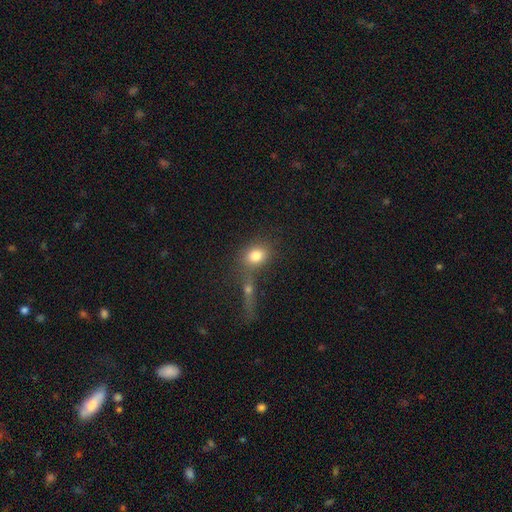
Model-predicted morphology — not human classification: smooth_or_featured: smooth (p=0.79) [alt: star or artifact p=0.12]
how_rounded: round (p=0.50) [alt: in between p=0.47]
merging: none (p=0.55) [alt: merger p=0.26]